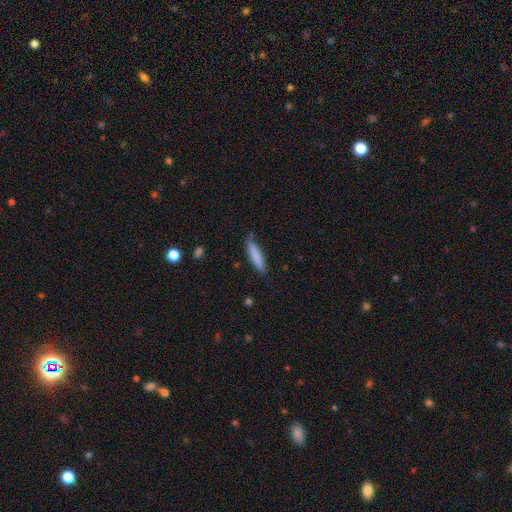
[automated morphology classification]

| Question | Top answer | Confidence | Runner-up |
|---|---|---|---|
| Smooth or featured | smooth | 82% | featured or disk (12%) |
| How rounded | cigar-shaped | 85% | in between (14%) |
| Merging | none | 78% | minor disturbance (17%) |